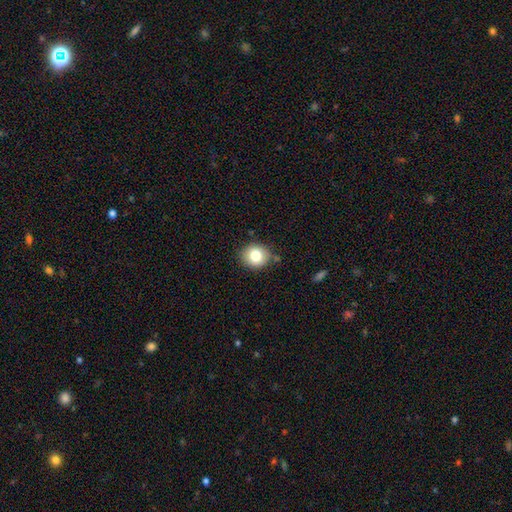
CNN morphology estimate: The model was most divided on "how rounded": round: 78%, in between: 21%, cigar-shaped: 1%. More confident: smooth or featured — smooth (81%); merging — none (80%).